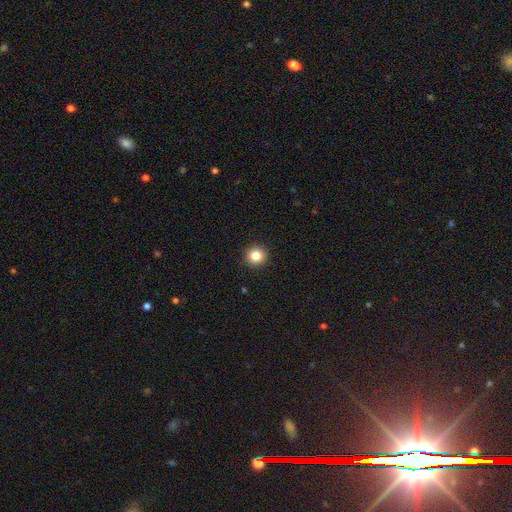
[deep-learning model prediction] A smooth galaxy with no disk features (84%) that is round (94%).

Vote fractions:
- Smooth or featured? smooth: 84% / star or artifact: 11% / featured or disk: 5%
- How rounded? round: 94% / in between: 5% / cigar-shaped: 1%
- Merging? none: 93% / minor disturbance: 5% / major disturbance: 2% / merger: 1%